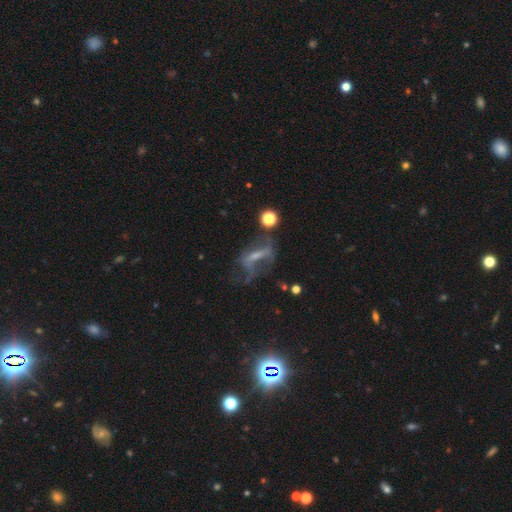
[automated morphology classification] featured or disk 59%, star or artifact 22%, smooth 20%. Down the decision tree: edge-on disk — no (83%); merging — none (38%).